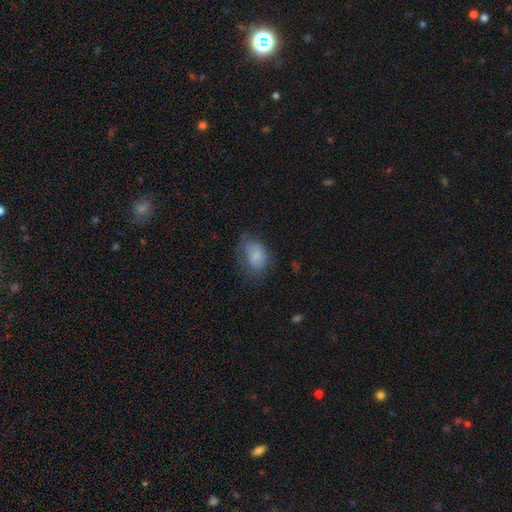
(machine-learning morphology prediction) smooth_or_featured: smooth (p=0.78) [alt: featured or disk p=0.14]
how_rounded: in between (p=0.78) [alt: round p=0.21]
merging: none (p=0.46) [alt: minor disturbance p=0.32]